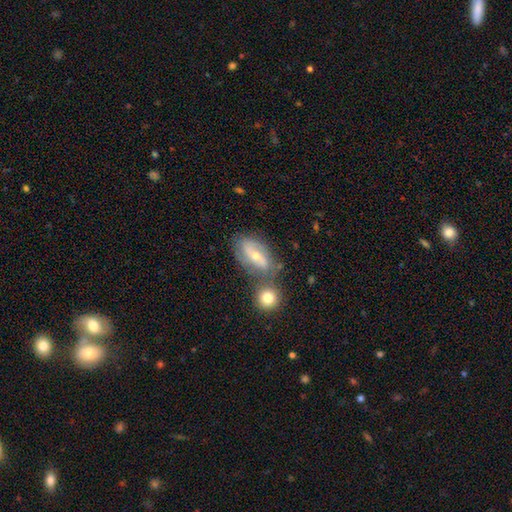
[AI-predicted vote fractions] Overall: featured or disk (58%; smooth 34%). Edge-on disk: no (90%). Bar: no (43%; weak 34%). Spiral arms: yes (73%). Bulge size: moderate (51%; small 45%). Merging: none (51%; merger 24%).